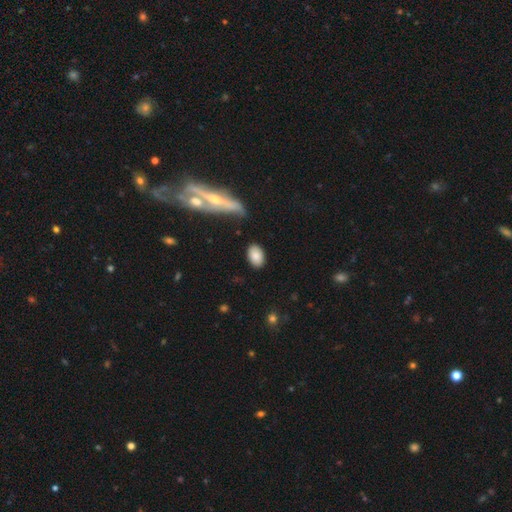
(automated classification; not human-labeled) Morphology: type=smooth (86%); roundness=in between (90%); merging=none (85%).